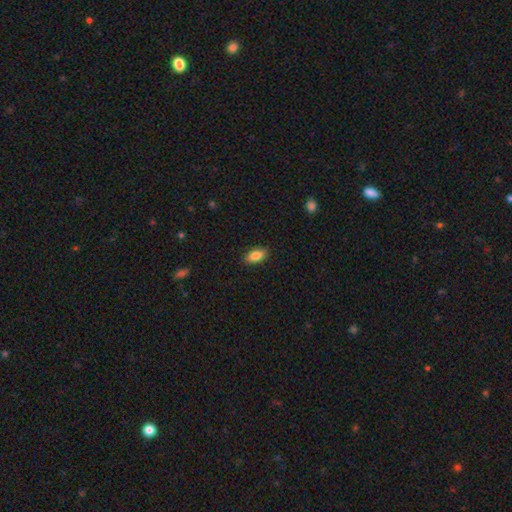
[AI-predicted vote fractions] Morphology: type=smooth (85%); roundness=in between (91%); merging=none (88%).